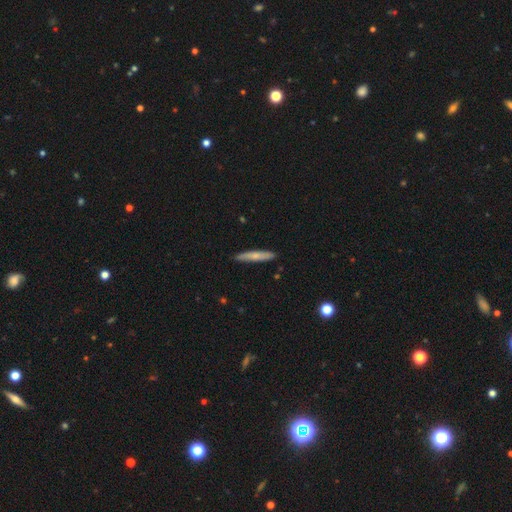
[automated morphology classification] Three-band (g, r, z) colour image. It shows a smooth galaxy with no disk features (64%) that is cigar-shaped (92%). Merging: none (87%).